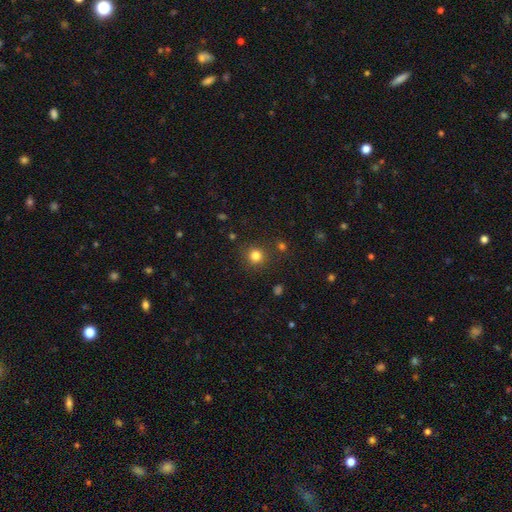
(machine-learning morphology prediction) type=smooth (81%); roundness=round (92%); merging=none (86%).